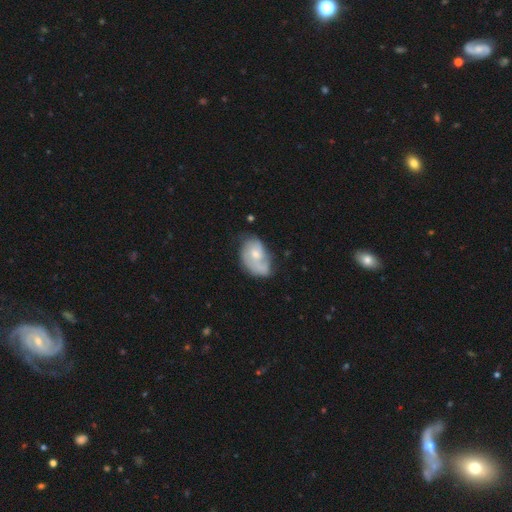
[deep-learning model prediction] A featured or disk galaxy (59%) with no bar (72%), spiral arms (73%) and a small central bulge (48%).

Vote fractions:
- Smooth or featured? featured or disk: 59% / smooth: 35% / star or artifact: 6%
- Edge-on disk? no: 97% / yes: 3%
- Bar? no: 72% / weak: 25% / strong: 3%
- Spiral arms? yes: 73% / no: 27%
- Bulge size? small: 48% / moderate: 45% / none: 4% / large: 2% / dominant: 1%
- Merging? none: 41% / minor disturbance: 33% / major disturbance: 19% / merger: 7%